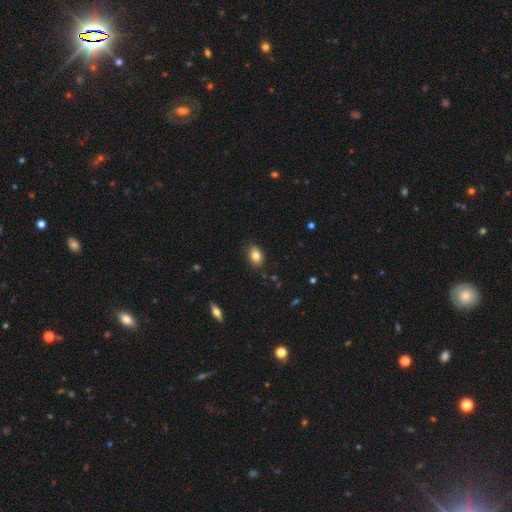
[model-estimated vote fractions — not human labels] A smooth galaxy with no disk features (82%) that is in between round and cigar-shaped (77%). Merging: none (85%).